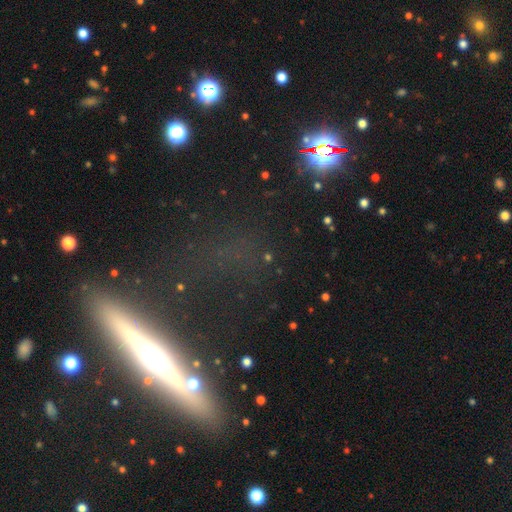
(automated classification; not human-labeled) Smooth or featured? featured or disk (43%)
Merging? none (72%)